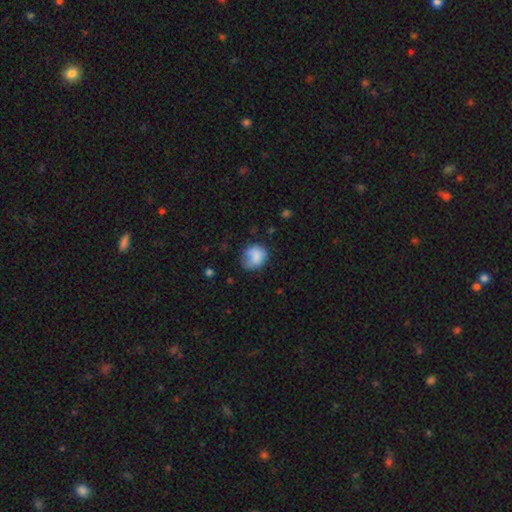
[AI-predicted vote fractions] smooth-or-featured: smooth: 78% | featured or disk: 13% | star or artifact: 9%
  how-rounded: round: 67% | in between: 32% | cigar-shaped: 1%
  merging: none: 51% | minor disturbance: 32% | major disturbance: 14% | merger: 3%